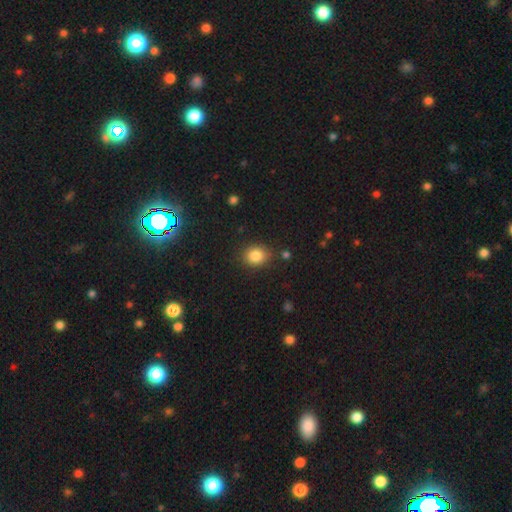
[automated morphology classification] smooth 84%, star or artifact 10%, featured or disk 5%. Down the decision tree: how rounded — round (67%); merging — none (83%).